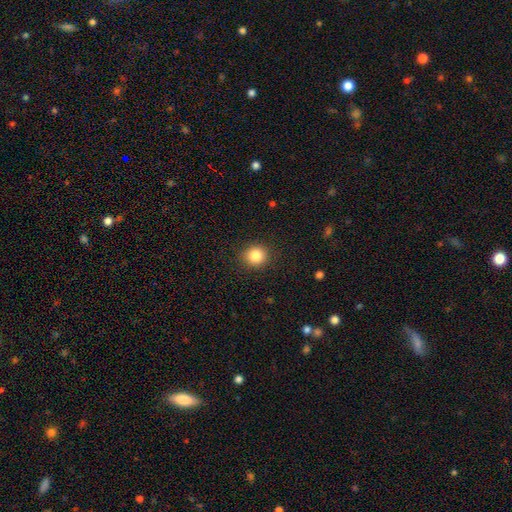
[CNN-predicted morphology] The model was most divided on "smooth or featured": smooth: 84%, star or artifact: 11%, featured or disk: 5%. More confident: merging — none (90%); how rounded — round (88%).